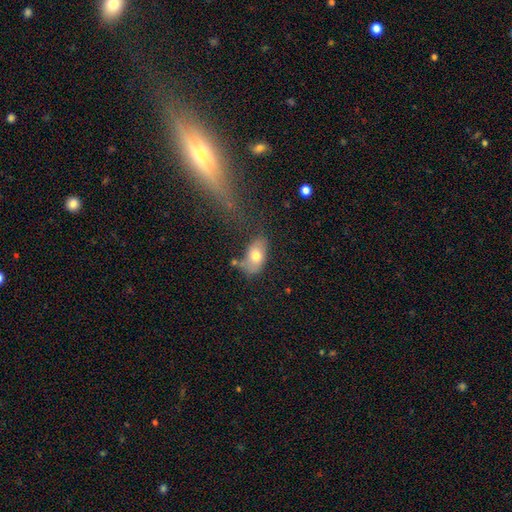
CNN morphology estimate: Overall: smooth (72%). How rounded: in between (90%). Merging: none (51%; minor disturbance 26%).